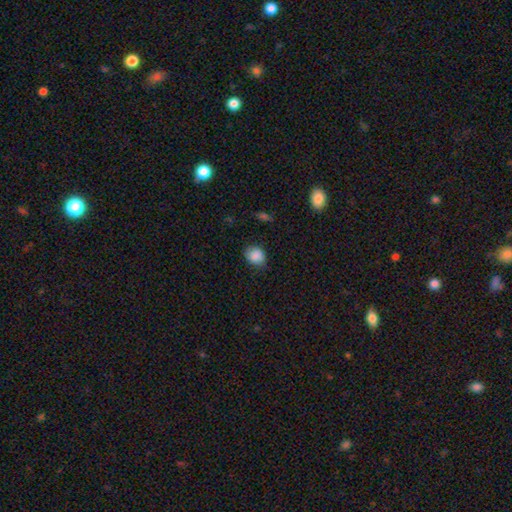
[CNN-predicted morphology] type=smooth (87%); roundness=round (61%); merging=none (74%).